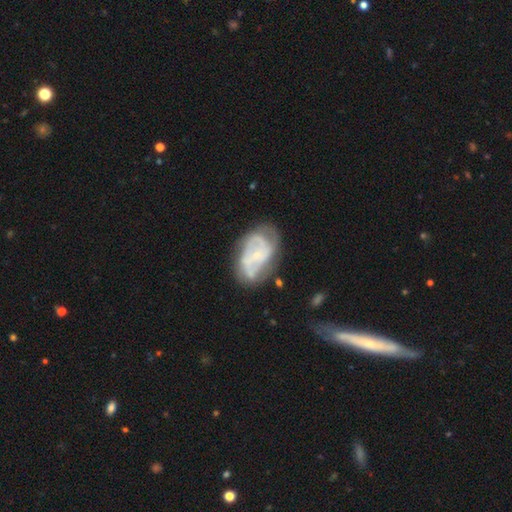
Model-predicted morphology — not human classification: The model was most divided on "spiral winding": medium: 42%, tight: 40%, loose: 18%. Remaining: edge-on disk — no (97%); spiral arms — yes (83%); smooth or featured — featured or disk (75%); bulge size — small (71%); bar — no (58%); merging — none (52%); spiral arm count — 2 (39%).